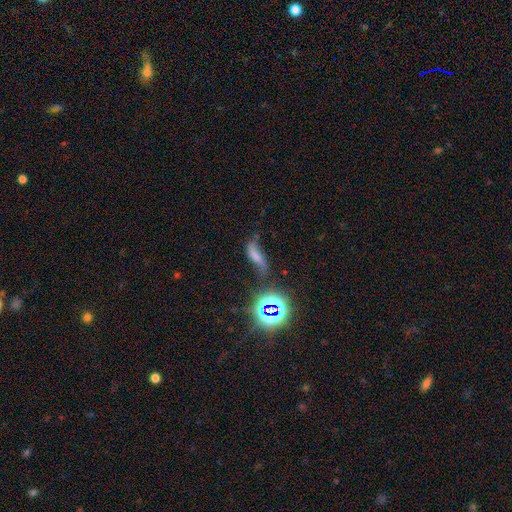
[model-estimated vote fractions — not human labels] Smooth or featured? Predicted: smooth (p=0.41). Merging? Predicted: none (p=0.45).